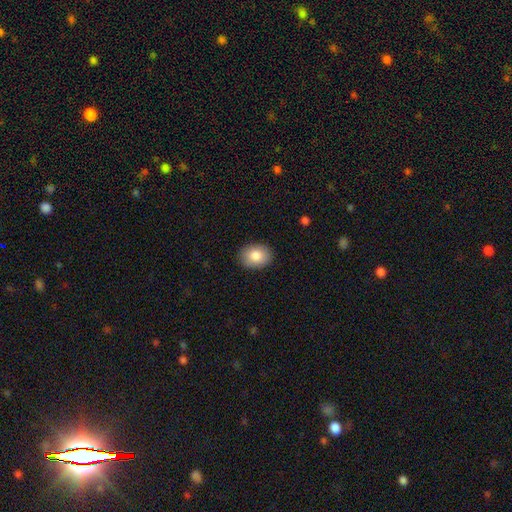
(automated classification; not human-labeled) A smooth galaxy with no disk features (84%) that is in between round and cigar-shaped (66%). Merging: none (89%).